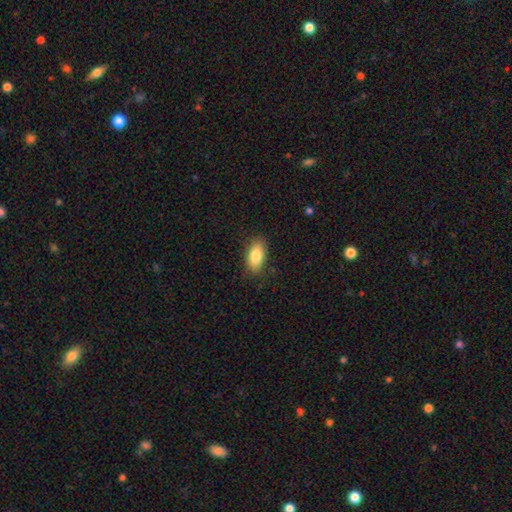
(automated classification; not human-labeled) smooth_or_featured: smooth (p=0.84) [alt: featured or disk p=0.09]
how_rounded: in between (p=0.90) [alt: cigar-shaped p=0.06]
merging: none (p=0.84) [alt: minor disturbance p=0.12]